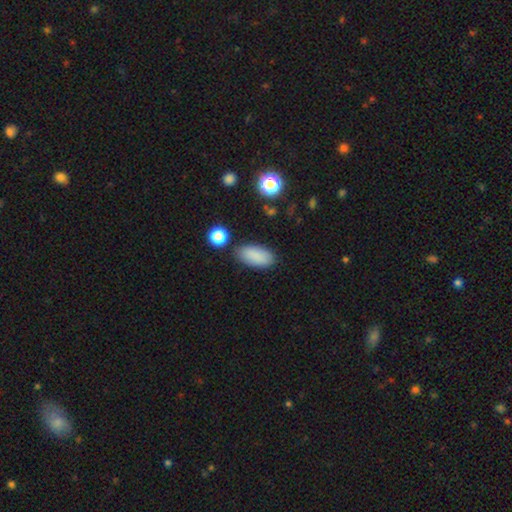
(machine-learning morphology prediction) Q: Smooth or featured?
A: smooth (87%); runner-up: star or artifact (8%)
Q: How rounded?
A: in between (90%); runner-up: cigar-shaped (7%)
Q: Merging?
A: none (83%); runner-up: minor disturbance (11%)